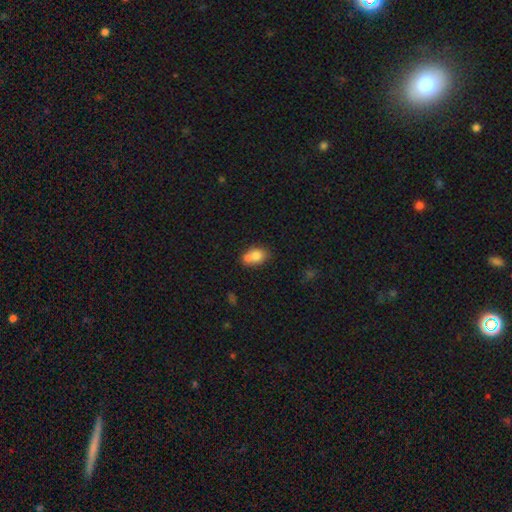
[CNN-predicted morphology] The model was most divided on "merging": merger: 47%, none: 38%, minor disturbance: 11%, major disturbance: 4%. More confident: smooth or featured — smooth (76%); how rounded — in between (61%).